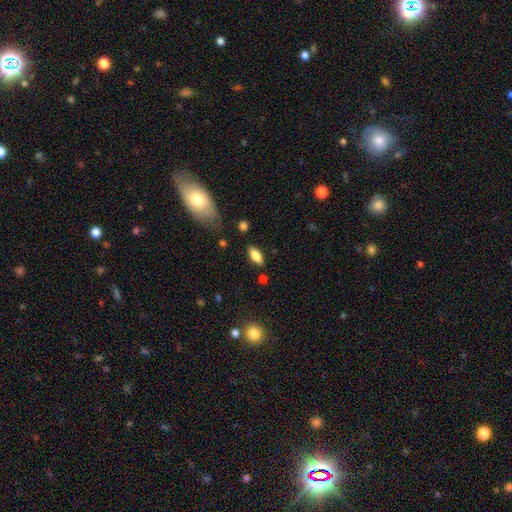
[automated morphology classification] A smooth galaxy with no disk features (78%) that is in between round and cigar-shaped (84%).

Vote fractions:
- Smooth or featured? smooth: 78% / featured or disk: 15% / star or artifact: 8%
- How rounded? in between: 84% / cigar-shaped: 13% / round: 3%
- Merging? none: 83% / minor disturbance: 12% / major disturbance: 3% / merger: 2%